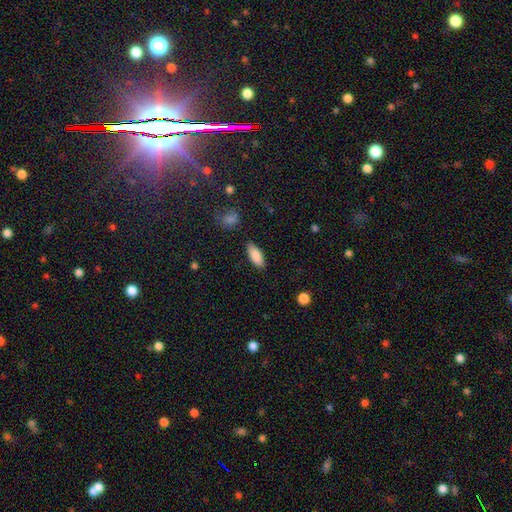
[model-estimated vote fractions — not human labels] Overall: smooth (87%). How rounded: in between (82%). Merging: none (82%).